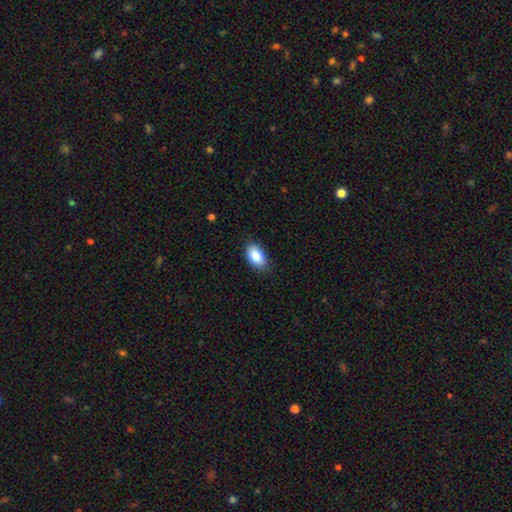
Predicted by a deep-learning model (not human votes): smooth_or_featured: smooth (p=0.87) [alt: star or artifact p=0.07]
how_rounded: in between (p=0.93) [alt: round p=0.06]
merging: none (p=0.81) [alt: minor disturbance p=0.16]